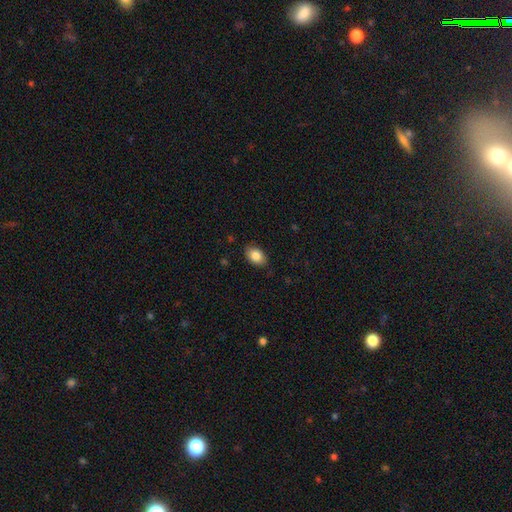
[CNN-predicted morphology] type=smooth (86%); roundness=in between (85%); merging=none (85%).